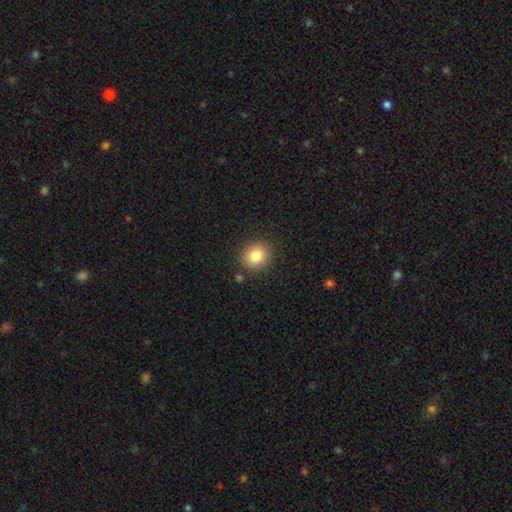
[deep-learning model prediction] Smooth or featured?
  - smooth: 82% *
  - star or artifact: 11%
  - featured or disk: 8%
How rounded?
  - round: 84% *
  - in between: 15%
  - cigar-shaped: 1%
Merging?
  - none: 87% *
  - minor disturbance: 8%
  - major disturbance: 2%
  - merger: 2%